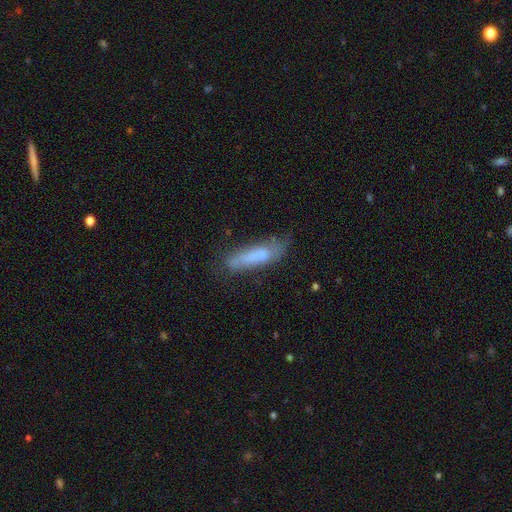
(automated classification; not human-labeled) Smooth or featured: smooth — 64% (featured or disk — 28%)
How rounded: cigar-shaped — 70% (in between — 29%)
Merging: none — 56% (minor disturbance — 28%)